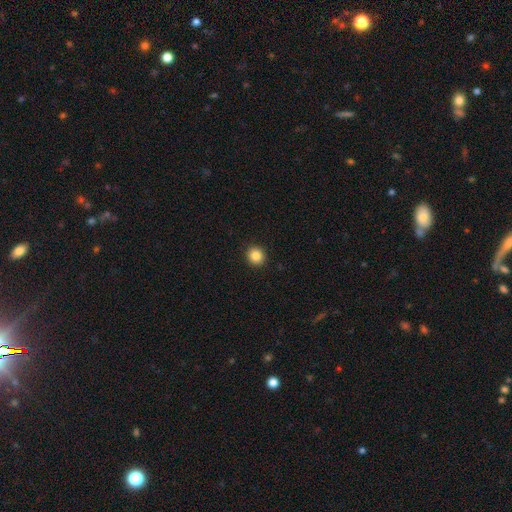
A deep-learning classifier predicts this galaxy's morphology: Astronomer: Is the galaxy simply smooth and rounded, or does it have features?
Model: smooth — 86%.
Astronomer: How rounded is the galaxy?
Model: round — 87%.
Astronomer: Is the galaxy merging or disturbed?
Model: none — 92%.